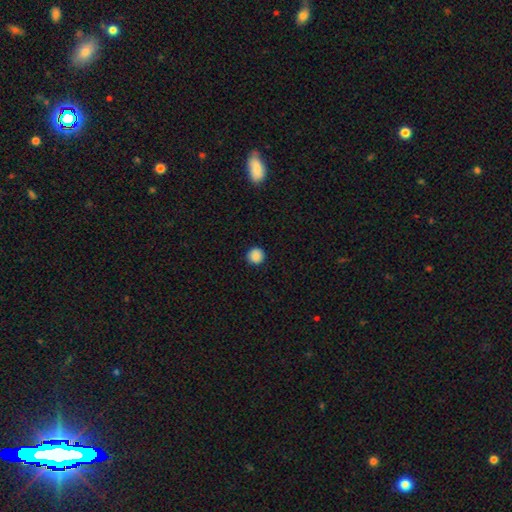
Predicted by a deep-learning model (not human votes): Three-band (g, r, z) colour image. It shows a smooth galaxy with no disk features (88%) that is round (95%). Merging: none (92%).